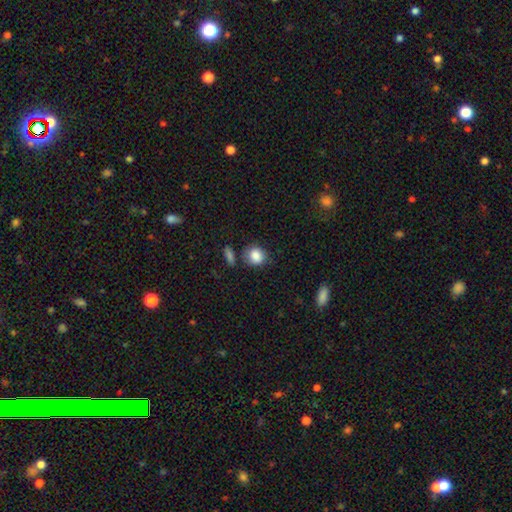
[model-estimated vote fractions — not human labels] This appears to be a smooth galaxy with no disk features (86%) that is round (75%). Merging: none (70%).